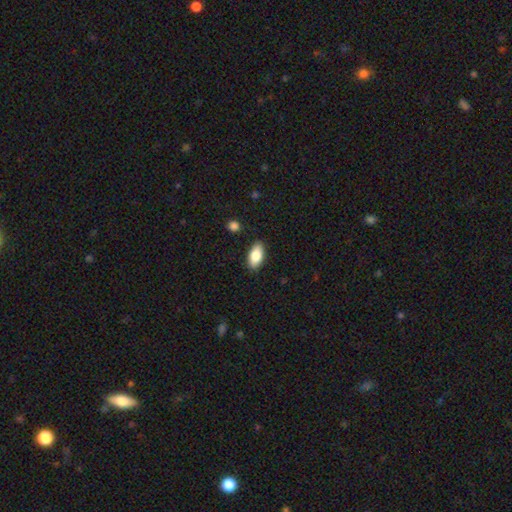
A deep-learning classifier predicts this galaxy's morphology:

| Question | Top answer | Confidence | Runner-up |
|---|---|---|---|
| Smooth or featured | smooth | 84% | featured or disk (9%) |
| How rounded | in between | 92% | cigar-shaped (5%) |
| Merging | none | 87% | minor disturbance (9%) |